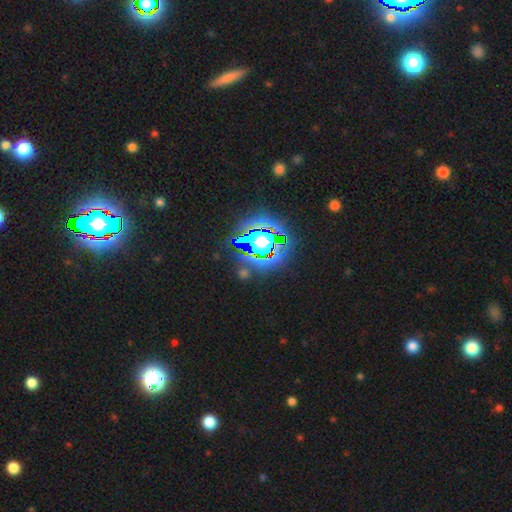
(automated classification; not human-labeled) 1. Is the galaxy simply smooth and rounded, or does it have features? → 83% star or artifact, 10% smooth, 7% featured or disk.